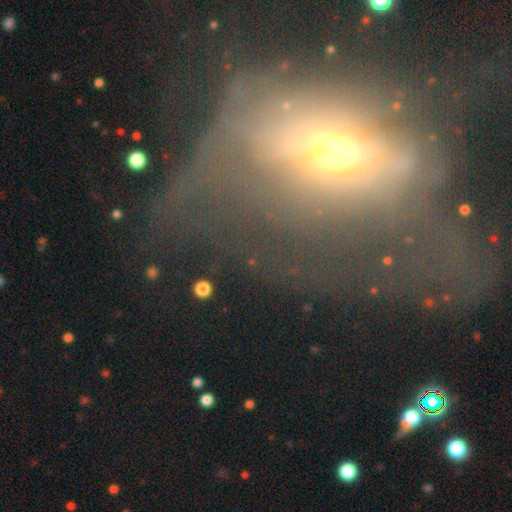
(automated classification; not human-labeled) The model was most divided on "merging": major disturbance: 42%, none: 37%, minor disturbance: 15%, merger: 7%. Remaining: smooth or featured — featured or disk (48%).